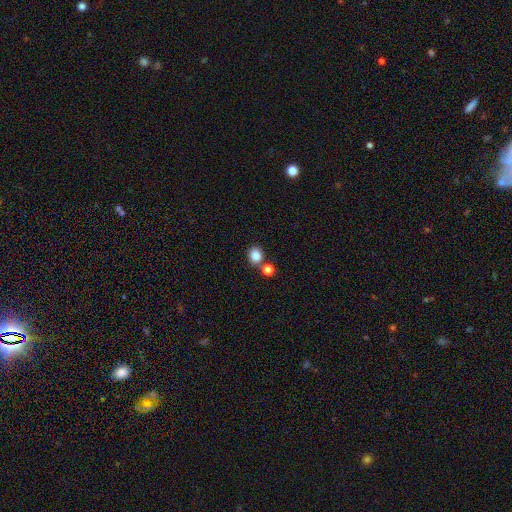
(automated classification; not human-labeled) Smooth or featured?
  - smooth: 83% *
  - star or artifact: 12%
  - featured or disk: 5%
How rounded?
  - round: 71% *
  - in between: 28%
  - cigar-shaped: 1%
Merging?
  - none: 68% *
  - merger: 20%
  - minor disturbance: 9%
  - major disturbance: 3%